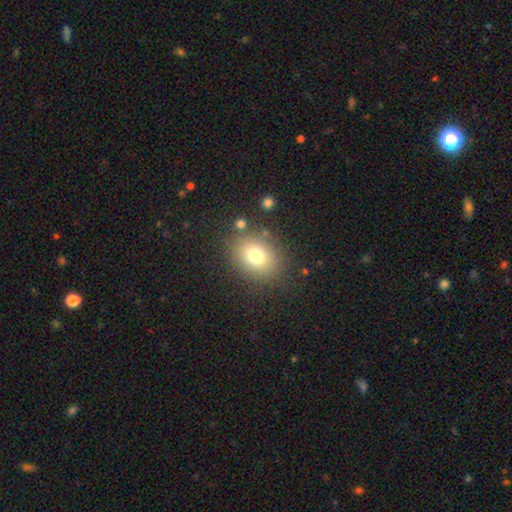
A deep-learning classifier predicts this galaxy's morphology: smooth-or-featured: smooth: 75% | star or artifact: 14% | featured or disk: 12%
  how-rounded: in between: 51% | round: 48% | cigar-shaped: 1%
  merging: none: 82% | minor disturbance: 10% | major disturbance: 4% | merger: 4%